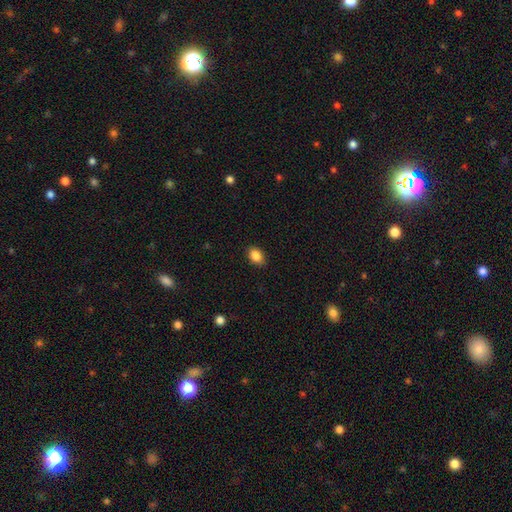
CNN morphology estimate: A smooth galaxy with no disk features (87%) that is in between round and cigar-shaped (79%).

Vote fractions:
- Smooth or featured? smooth: 87% / star or artifact: 9% / featured or disk: 4%
- How rounded? in between: 79% / round: 20% / cigar-shaped: 1%
- Merging? none: 87% / minor disturbance: 10% / major disturbance: 2% / merger: 1%